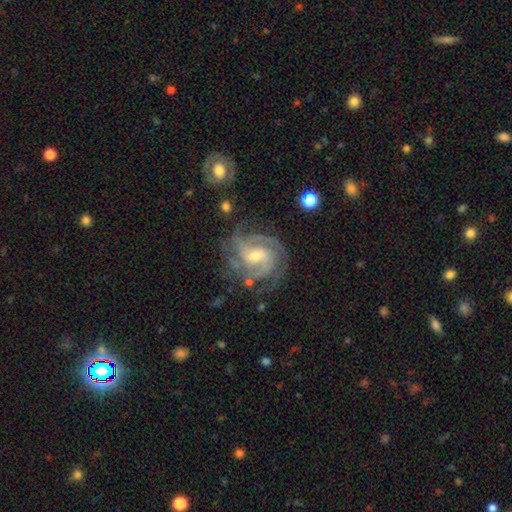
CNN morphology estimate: This is clearly a featured or disk galaxy (90%). It is clearly not viewed edge-on (98%). Bar: possibly weak (51%). Spiral arm pattern: clearly yes (98%). Spiral arm count: marginally 3 (41%). Spiral winding: possibly tight (55%). Central bulge: possibly moderate (52%). Merging: likely none (69%).